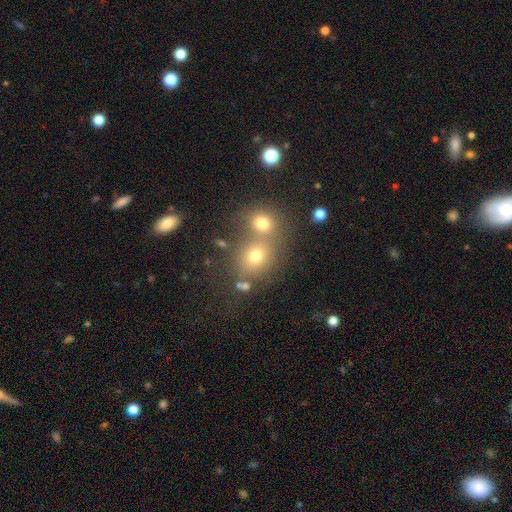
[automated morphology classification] Smooth or featured: smooth — 68% (star or artifact — 18%)
How rounded: round — 71% (in between — 28%)
Merging: none — 46% (merger — 42%)